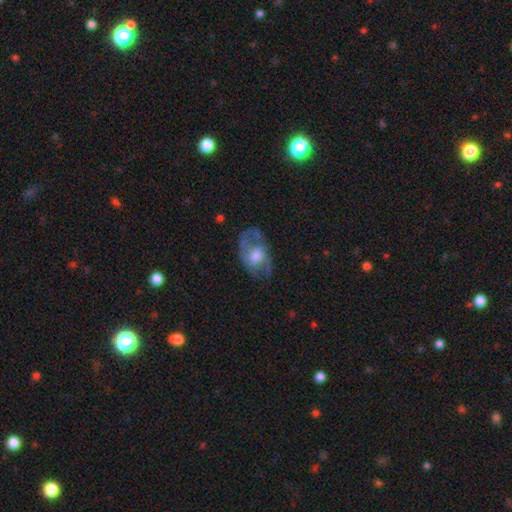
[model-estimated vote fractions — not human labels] A featured or disk galaxy (66%) with no bar (61%), spiral arms (73%) and a moderate central bulge (55%). Merging: none (60%).